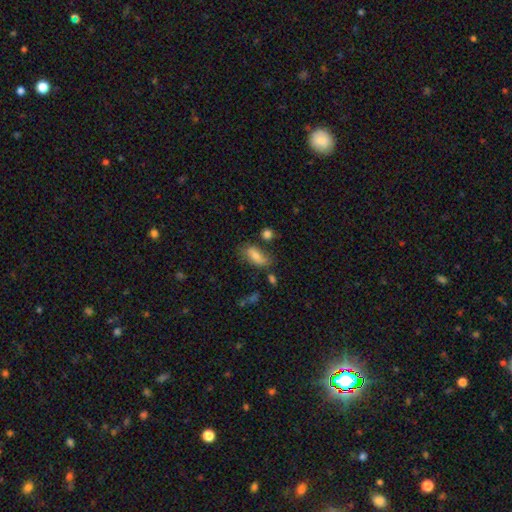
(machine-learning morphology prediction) Smooth or featured? Predicted: smooth (p=0.70). How rounded? Predicted: in between (p=0.82). Merging? Predicted: none (p=0.61).